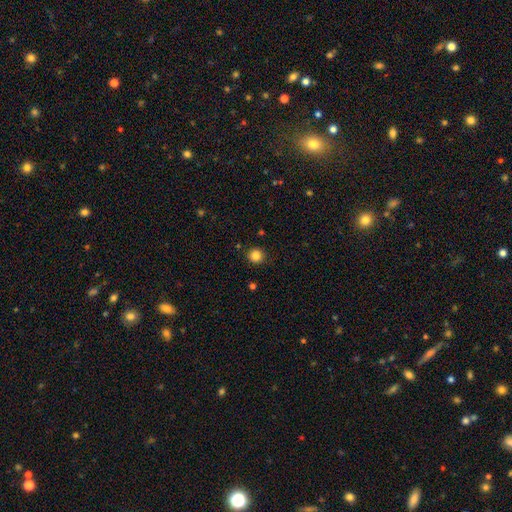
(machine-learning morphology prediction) This appears to be a smooth galaxy with no disk features (84%) that is round (94%). Merging: none (90%).